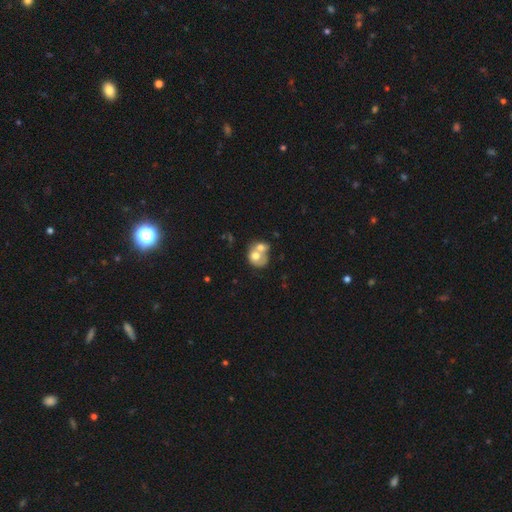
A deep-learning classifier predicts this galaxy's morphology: smooth 58%, featured or disk 35%, star or artifact 7%. Down the decision tree: how rounded — round (63%); merging — merger (70%).